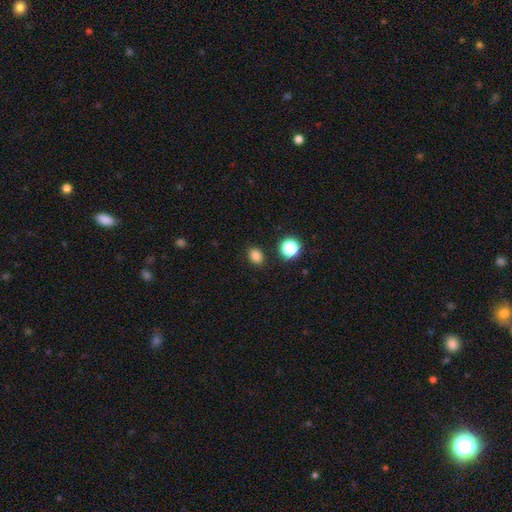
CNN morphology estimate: Smooth or featured?
  - smooth: 82% *
  - star or artifact: 14%
  - featured or disk: 4%
How rounded?
  - in between: 56% *
  - round: 43%
  - cigar-shaped: 1%
Merging?
  - none: 87% *
  - minor disturbance: 8%
  - major disturbance: 2%
  - merger: 2%